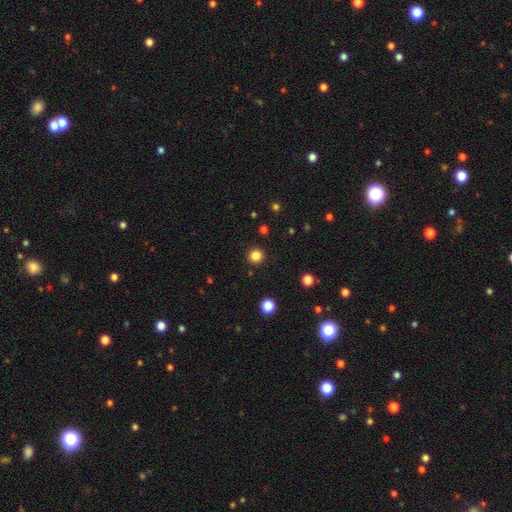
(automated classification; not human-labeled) Q: Smooth or featured?
A: smooth (83%); runner-up: star or artifact (13%)
Q: How rounded?
A: round (94%); runner-up: in between (5%)
Q: Merging?
A: none (92%); runner-up: minor disturbance (5%)